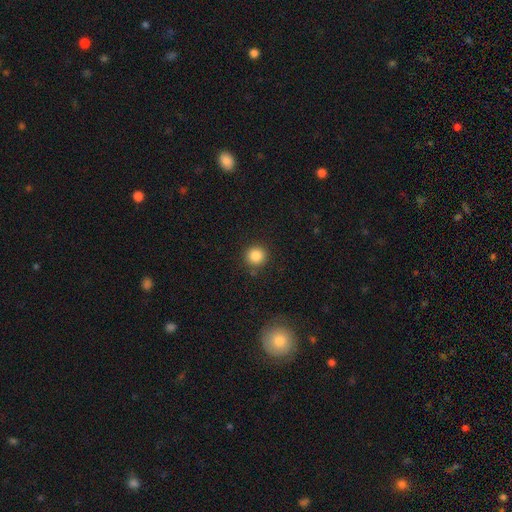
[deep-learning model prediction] smooth_or_featured: smooth (p=0.85) [alt: star or artifact p=0.11]
how_rounded: round (p=0.93) [alt: in between p=0.06]
merging: none (p=0.88) [alt: minor disturbance p=0.08]